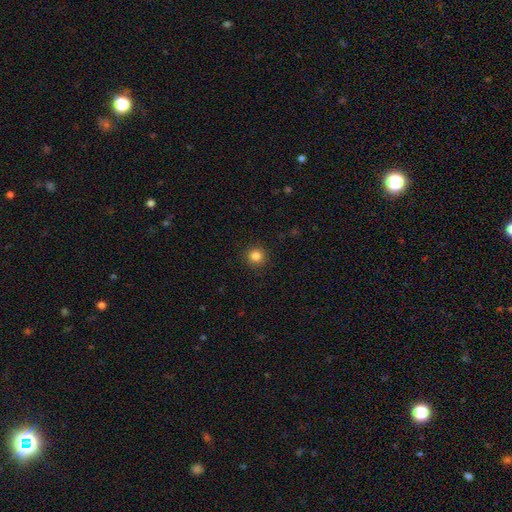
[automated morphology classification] Overall: smooth (84%). How rounded: round (94%). Merging: none (92%).